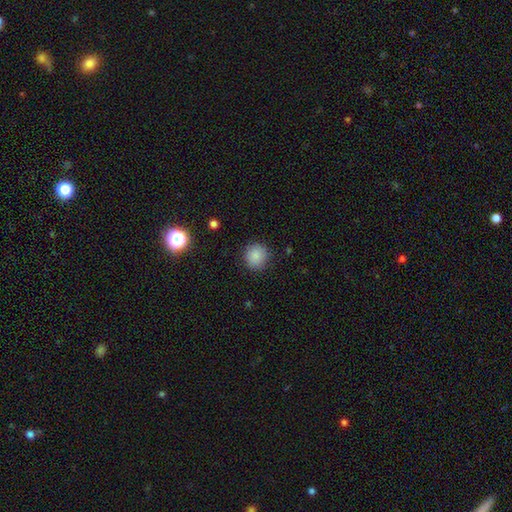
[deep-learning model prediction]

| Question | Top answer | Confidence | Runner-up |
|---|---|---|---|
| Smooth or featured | smooth | 86% | star or artifact (10%) |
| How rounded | round | 90% | in between (9%) |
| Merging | none | 86% | minor disturbance (10%) |